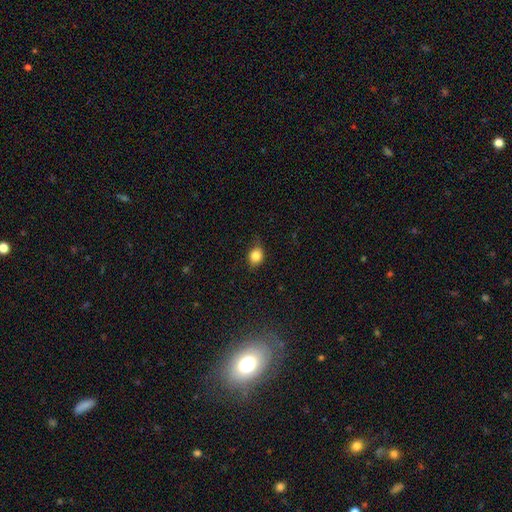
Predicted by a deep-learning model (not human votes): smooth 83%, star or artifact 10%, featured or disk 6%. Down the decision tree: how rounded — round (55%); merging — none (71%).